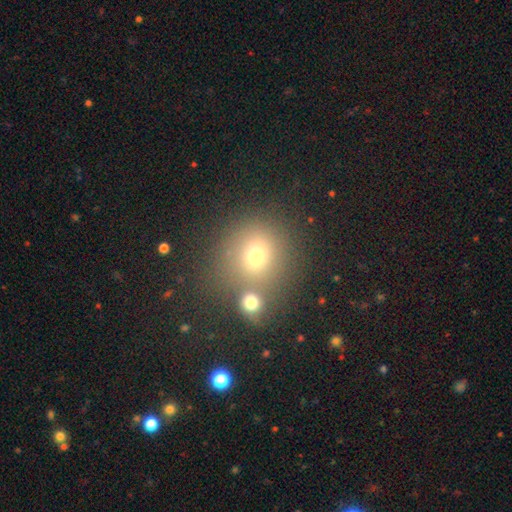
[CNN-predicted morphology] Smooth or featured? smooth (66%)
How rounded? round (83%)
Merging? none (65%)